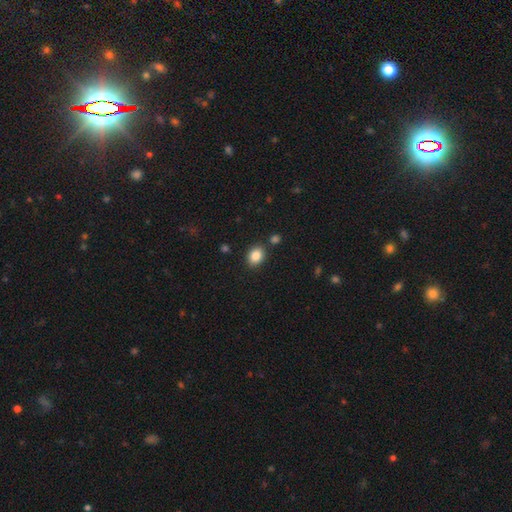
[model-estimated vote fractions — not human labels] Smooth or featured? smooth (86%)
How rounded? in between (61%)
Merging? none (84%)